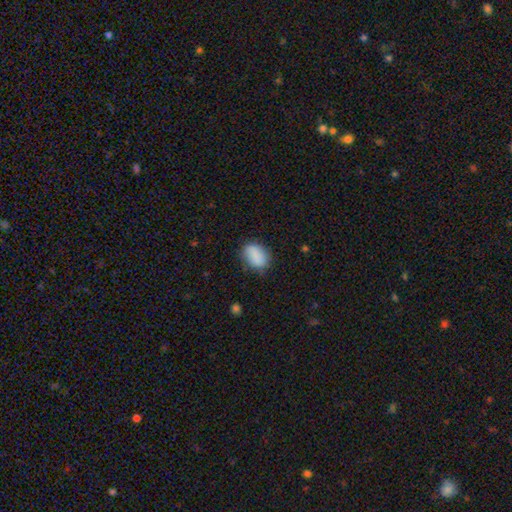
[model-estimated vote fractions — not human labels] This appears to be a smooth galaxy with no disk features (86%) that is in between round and cigar-shaped (79%). Merging: none (75%).